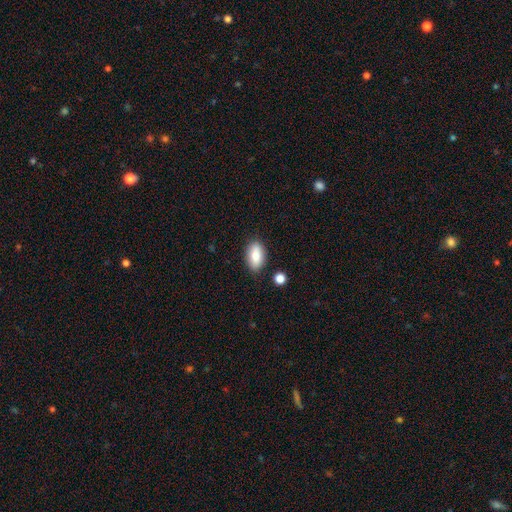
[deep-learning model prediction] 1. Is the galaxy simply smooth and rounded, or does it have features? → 83% smooth, 10% featured or disk, 7% star or artifact.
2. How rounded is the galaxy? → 90% in between, 5% cigar-shaped, 5% round.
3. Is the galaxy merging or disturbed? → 85% none, 10% minor disturbance, 3% merger, 2% major disturbance.